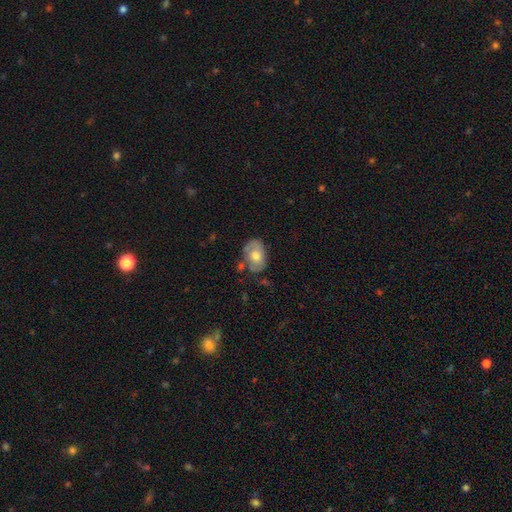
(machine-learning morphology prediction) Smooth or featured? smooth (58%)
How rounded? in between (80%)
Merging? none (61%)